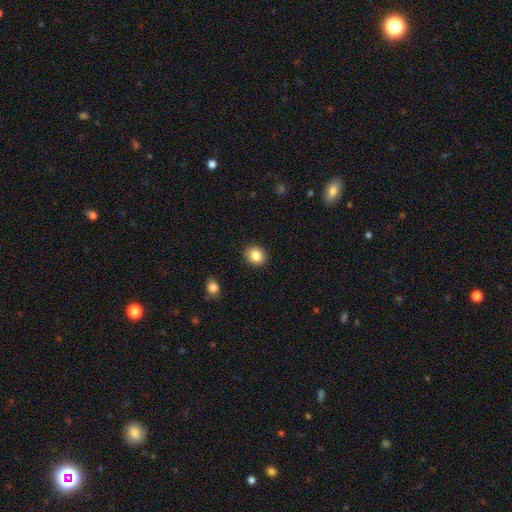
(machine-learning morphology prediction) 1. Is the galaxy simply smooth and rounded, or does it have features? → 85% smooth, 9% star or artifact, 6% featured or disk.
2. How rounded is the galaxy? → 73% round, 27% in between, 1% cigar-shaped.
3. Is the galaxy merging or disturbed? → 90% none, 7% minor disturbance, 2% major disturbance, 1% merger.